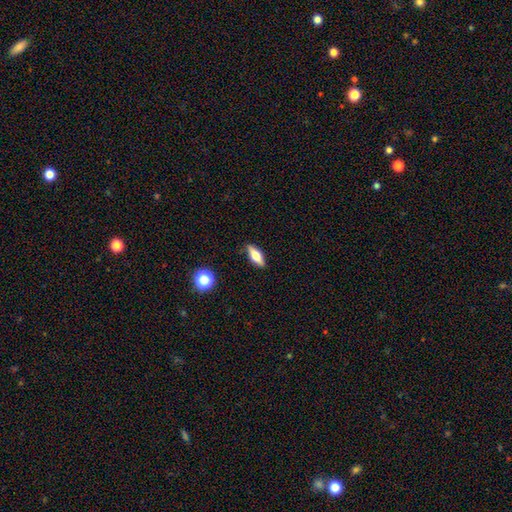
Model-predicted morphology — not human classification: This is possibly a smooth galaxy (52%). How rounded: possibly in between (57%). Merging: clearly none (87%).